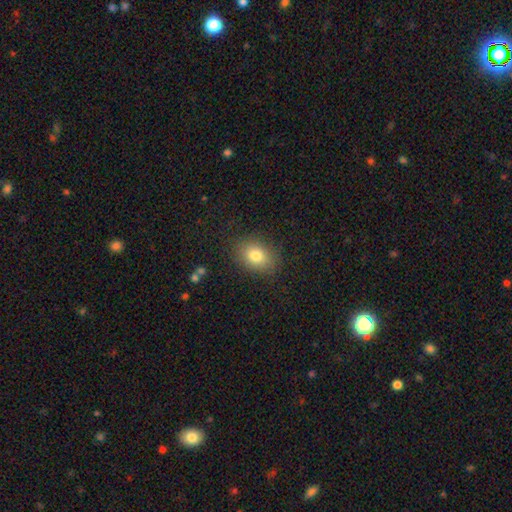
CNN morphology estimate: The model was most divided on "how rounded": in between: 71%, round: 28%, cigar-shaped: 1%. More confident: merging — none (84%); smooth or featured — smooth (80%).